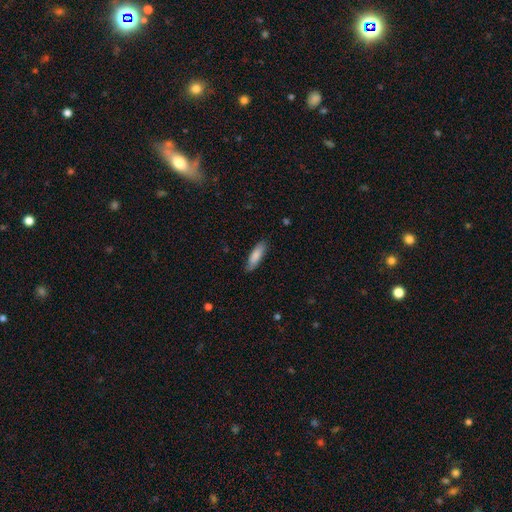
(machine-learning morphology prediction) Smooth or featured? Predicted: smooth (p=0.83). How rounded? Predicted: cigar-shaped (p=0.56). Merging? Predicted: none (p=0.84).